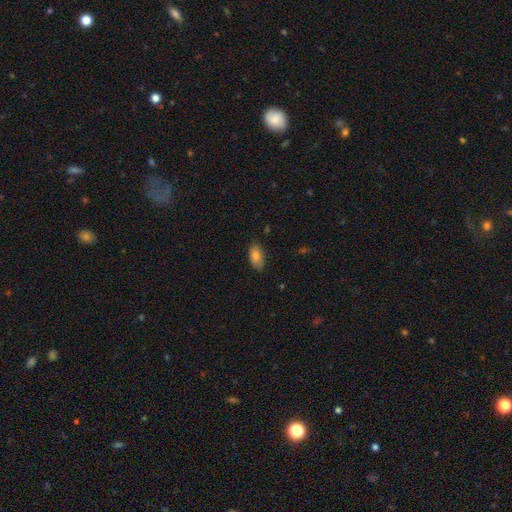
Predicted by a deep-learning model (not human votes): Smooth or featured? smooth (81%)
How rounded? in between (93%)
Merging? none (80%)